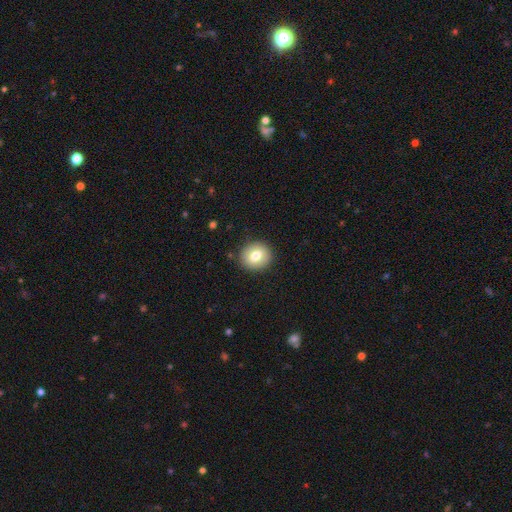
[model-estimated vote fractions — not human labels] Smooth or featured? smooth (75%)
How rounded? round (82%)
Merging? none (89%)